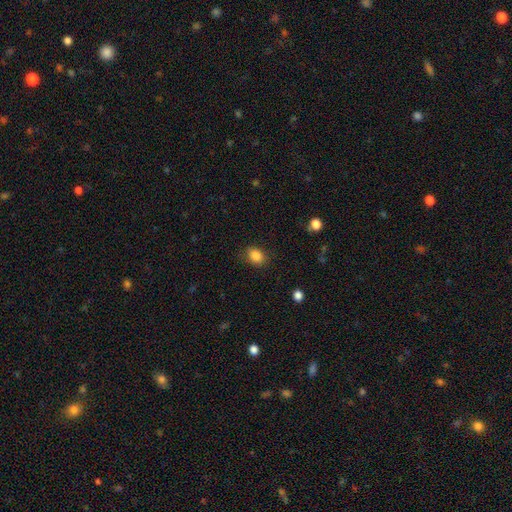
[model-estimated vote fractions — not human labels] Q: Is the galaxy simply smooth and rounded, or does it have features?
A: smooth — 86%.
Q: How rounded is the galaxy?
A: in between — 60%.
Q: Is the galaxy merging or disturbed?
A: none — 82%.